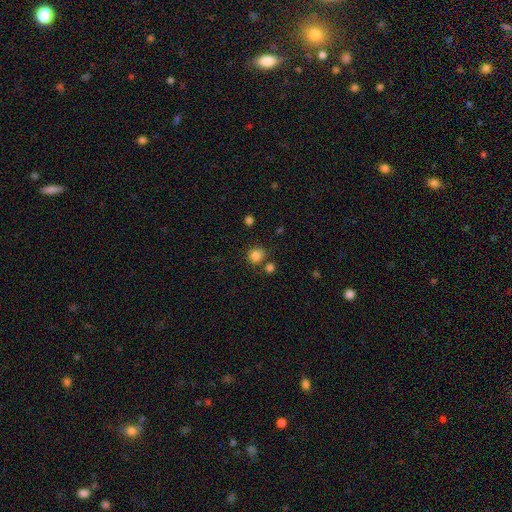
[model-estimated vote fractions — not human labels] Smooth or featured? smooth (83%)
How rounded? round (85%)
Merging? none (72%)